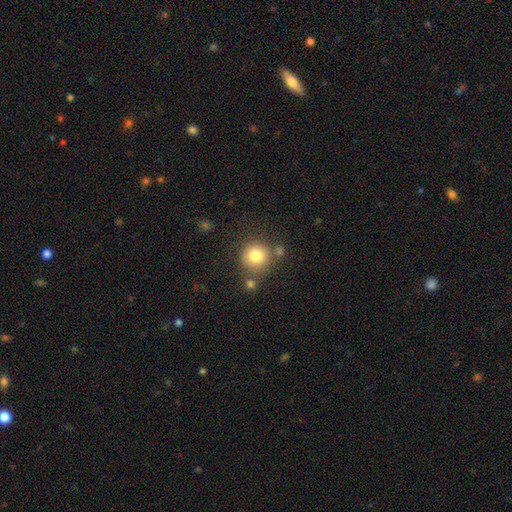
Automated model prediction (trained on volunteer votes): This is clearly a smooth galaxy (81%). How rounded: clearly round (92%). Merging: likely none (71%).